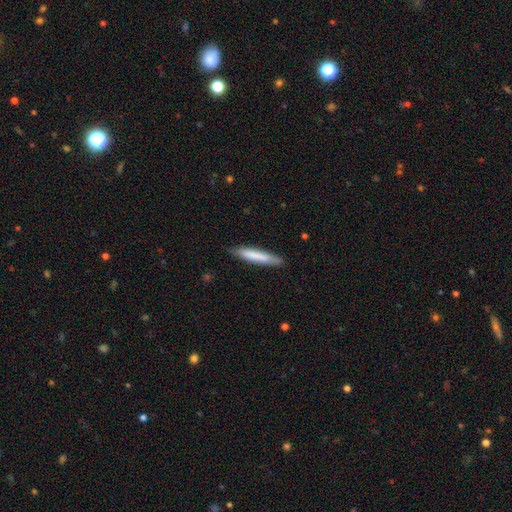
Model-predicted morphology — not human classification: smooth 74%, featured or disk 20%, star or artifact 5%. Down the decision tree: how rounded — cigar-shaped (91%); merging — none (84%).